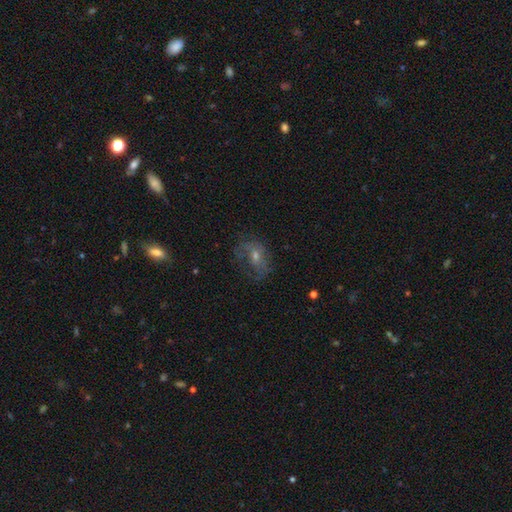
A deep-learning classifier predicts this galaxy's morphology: Smooth or featured? Predicted: featured or disk (p=0.52). Edge-on disk? Predicted: no (p=0.95). Merging? Predicted: none (p=0.51).